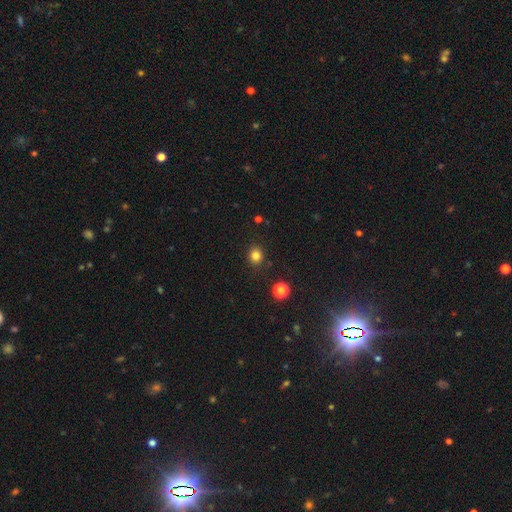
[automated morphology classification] Q: Smooth or featured?
A: smooth (81%); runner-up: star or artifact (14%)
Q: How rounded?
A: round (81%); runner-up: in between (19%)
Q: Merging?
A: none (86%); runner-up: minor disturbance (8%)